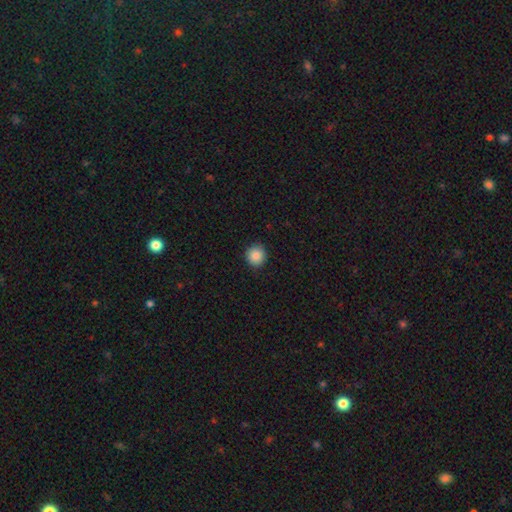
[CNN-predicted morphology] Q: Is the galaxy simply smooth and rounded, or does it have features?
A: smooth — 88%.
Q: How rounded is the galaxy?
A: round — 92%.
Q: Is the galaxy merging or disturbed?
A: none — 91%.